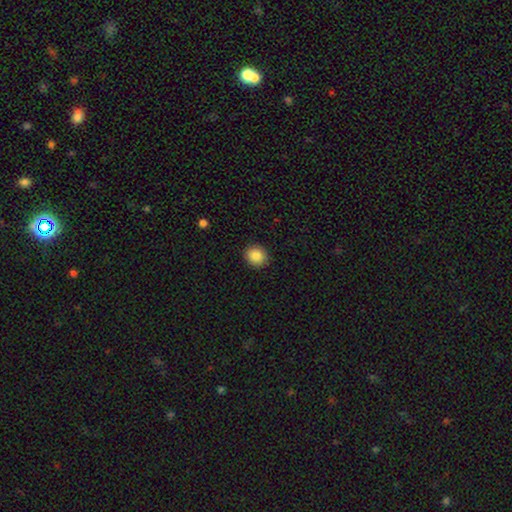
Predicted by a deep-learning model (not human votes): Smooth or featured?
  - smooth: 87% *
  - star or artifact: 8%
  - featured or disk: 5%
How rounded?
  - round: 79% *
  - in between: 20%
  - cigar-shaped: 1%
Merging?
  - none: 91% *
  - minor disturbance: 6%
  - major disturbance: 2%
  - merger: 1%